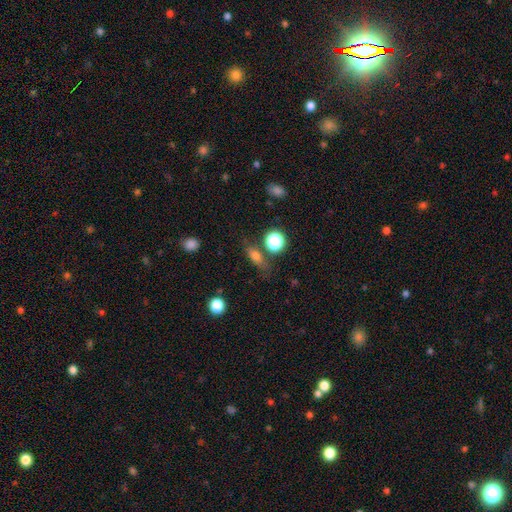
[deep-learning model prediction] A smooth galaxy with no disk features (68%) that is in between round and cigar-shaped (56%).

Vote fractions:
- Smooth or featured? smooth: 68% / featured or disk: 16% / star or artifact: 16%
- How rounded? in between: 56% / cigar-shaped: 25% / round: 20%
- Merging? none: 70% / minor disturbance: 17% / merger: 7% / major disturbance: 6%